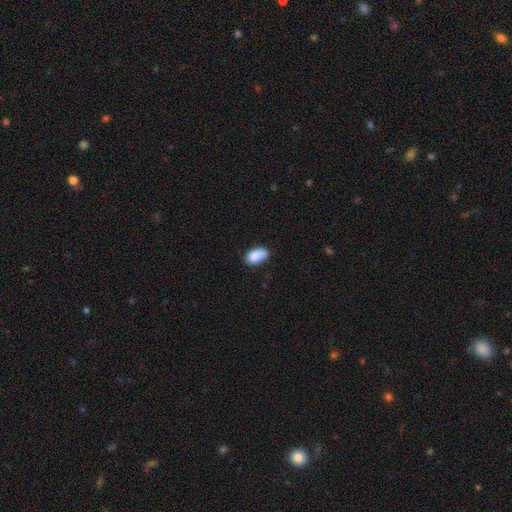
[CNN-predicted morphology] This is clearly a smooth galaxy (85%). How rounded: clearly in between (93%). Merging: likely none (66%).